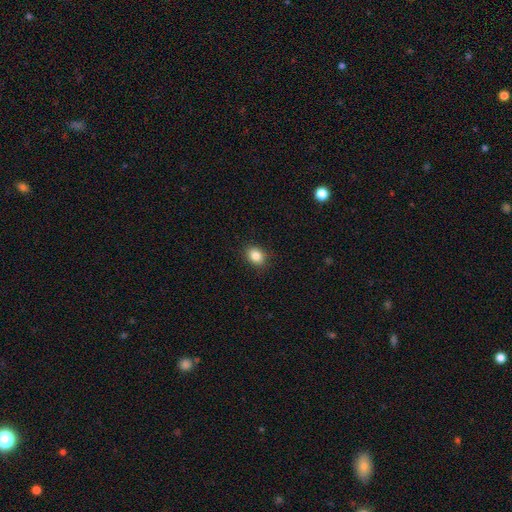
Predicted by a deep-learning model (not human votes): Morphology: type=smooth (85%); roundness=in between (57%); merging=none (88%).